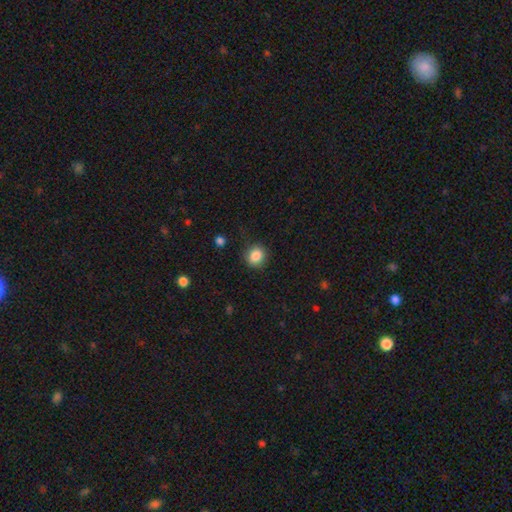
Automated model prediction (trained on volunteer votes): Q: Smooth or featured?
A: smooth (86%); runner-up: star or artifact (10%)
Q: How rounded?
A: round (85%); runner-up: in between (14%)
Q: Merging?
A: none (85%); runner-up: minor disturbance (10%)